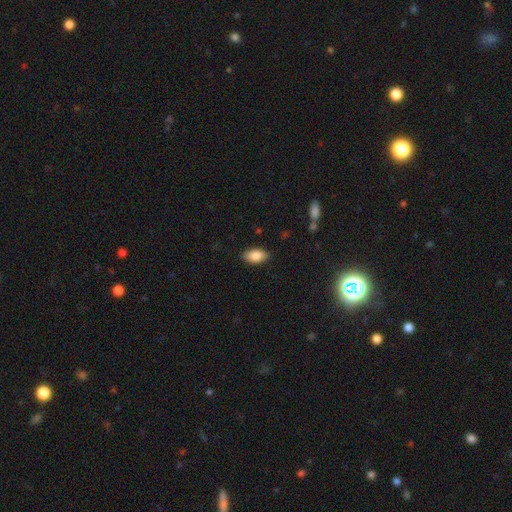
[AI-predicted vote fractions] Smooth or featured: smooth — 87% (star or artifact — 7%)
How rounded: in between — 93% (round — 4%)
Merging: none — 85% (minor disturbance — 11%)